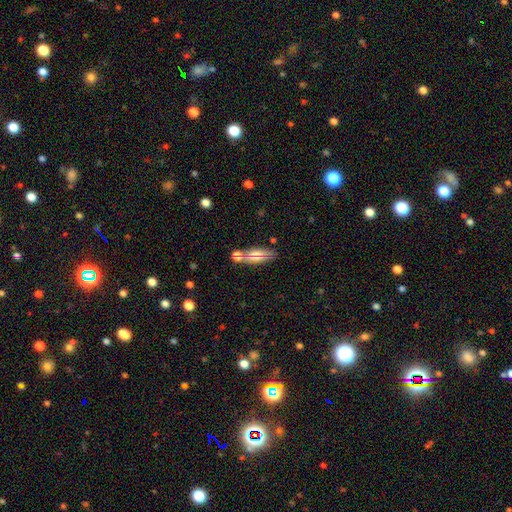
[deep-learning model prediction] A smooth galaxy with no disk features (55%) that is in between round and cigar-shaped (53%).

Vote fractions:
- Smooth or featured? smooth: 55% / featured or disk: 36% / star or artifact: 9%
- How rounded? in between: 53% / cigar-shaped: 43% / round: 4%
- Merging? none: 58% / merger: 18% / minor disturbance: 17% / major disturbance: 7%